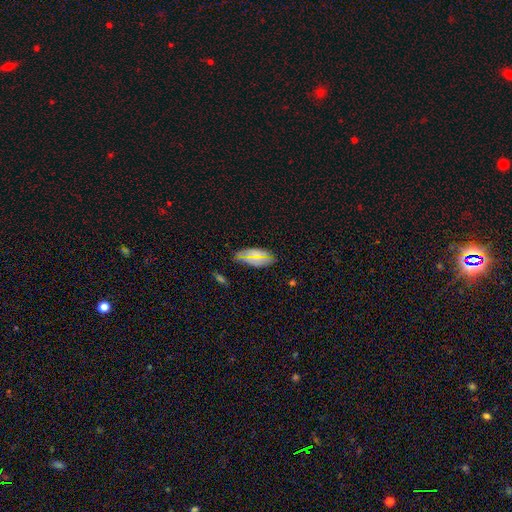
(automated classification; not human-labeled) Smooth or featured? Predicted: smooth (p=0.69). How rounded? Predicted: in between (p=0.88). Merging? Predicted: none (p=0.79).